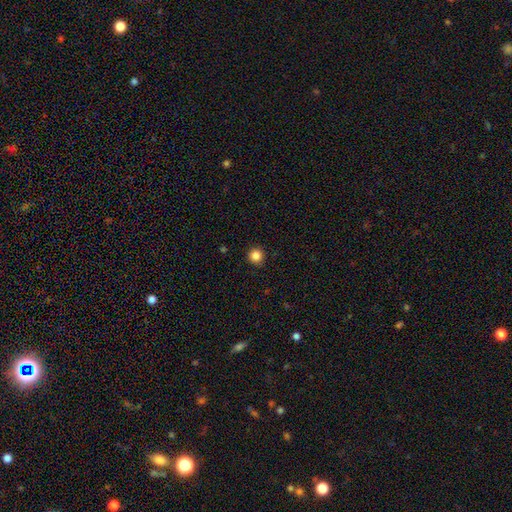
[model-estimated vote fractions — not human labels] Morphology: type=smooth (85%); roundness=round (96%); merging=none (93%).